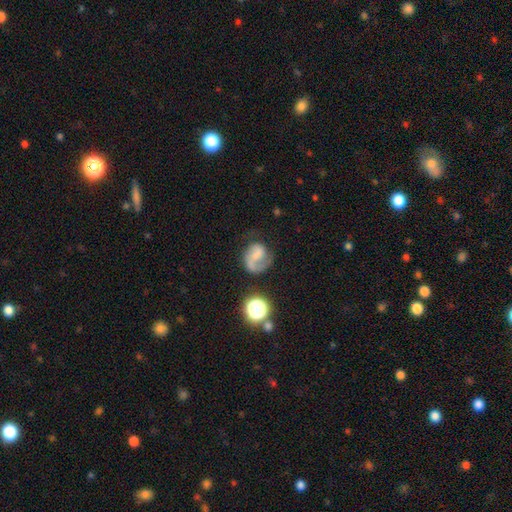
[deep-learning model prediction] Smooth or featured? featured or disk (59%)
Edge-on disk? no (98%)
Bar? no (60%)
Spiral arms? yes (85%)
Bulge size? none (45%)
Merging? none (43%)